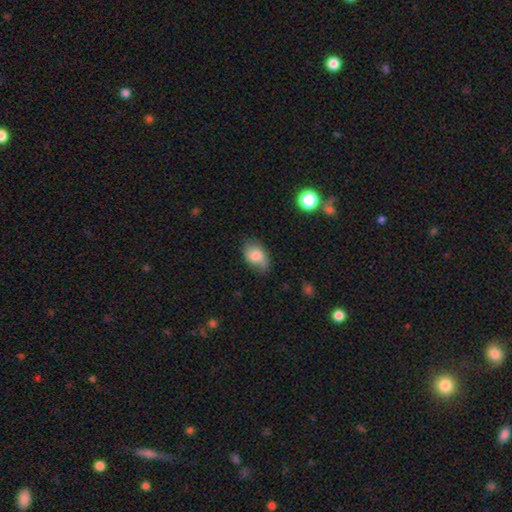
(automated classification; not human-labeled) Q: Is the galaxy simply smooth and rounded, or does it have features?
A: smooth — 74%.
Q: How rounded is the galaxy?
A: in between — 84%.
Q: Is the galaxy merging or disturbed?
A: none — 60%.